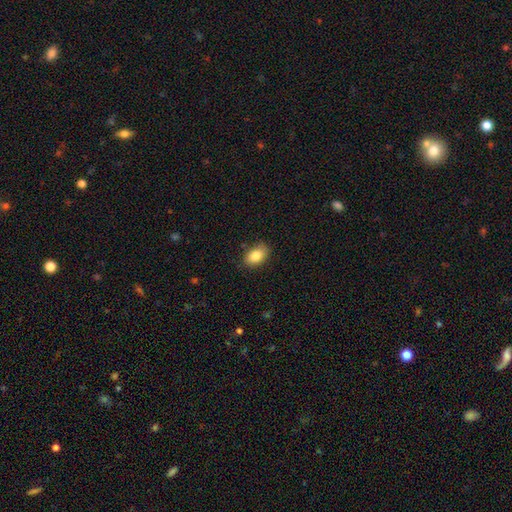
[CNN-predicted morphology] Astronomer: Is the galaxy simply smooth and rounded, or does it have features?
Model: smooth — 85%.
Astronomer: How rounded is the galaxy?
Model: in between — 87%.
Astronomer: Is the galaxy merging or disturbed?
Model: none — 81%.